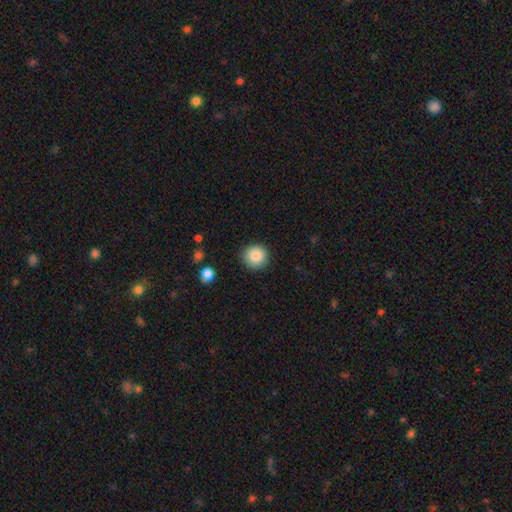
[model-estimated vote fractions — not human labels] A smooth galaxy with no disk features (87%) that is round (94%).

Vote fractions:
- Smooth or featured? smooth: 87% / star or artifact: 9% / featured or disk: 5%
- How rounded? round: 94% / in between: 5% / cigar-shaped: 1%
- Merging? none: 90% / minor disturbance: 7% / major disturbance: 2% / merger: 1%